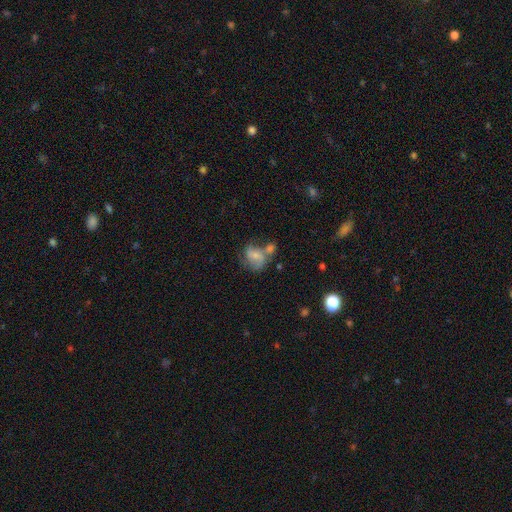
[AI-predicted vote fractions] smooth_or_featured: featured or disk (p=0.52) [alt: smooth p=0.39]
disk_edge_on: no (p=0.97) [alt: yes p=0.03]
bar: no (p=0.56) [alt: weak p=0.36]
has_spiral_arms: yes (p=0.79) [alt: no p=0.21]
bulge_size: small (p=0.47) [alt: moderate p=0.30]
merging: merger (p=0.35) [alt: none p=0.30]